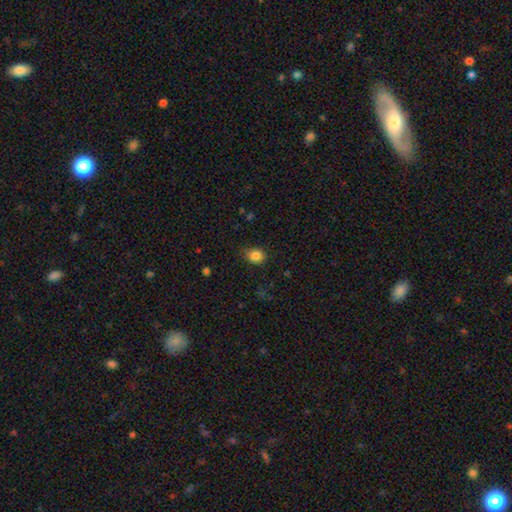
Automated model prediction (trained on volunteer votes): Smooth or featured?
  - smooth: 84% *
  - star or artifact: 10%
  - featured or disk: 5%
How rounded?
  - round: 60% *
  - in between: 39%
  - cigar-shaped: 1%
Merging?
  - none: 75% *
  - minor disturbance: 20%
  - major disturbance: 4%
  - merger: 1%